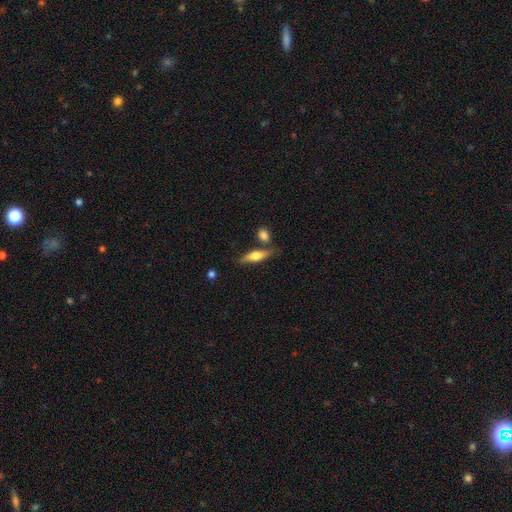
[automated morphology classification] smooth-or-featured: smooth: 53% | featured or disk: 41% | star or artifact: 6%
  how-rounded: cigar-shaped: 59% | in between: 38% | round: 3%
  merging: none: 72% | minor disturbance: 13% | merger: 12% | major disturbance: 4%